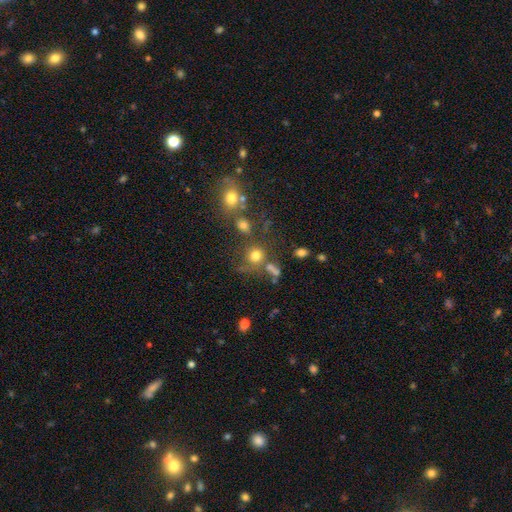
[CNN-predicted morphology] This is likely a smooth galaxy (73%). How rounded: clearly round (84%). Merging: possibly none (55%).